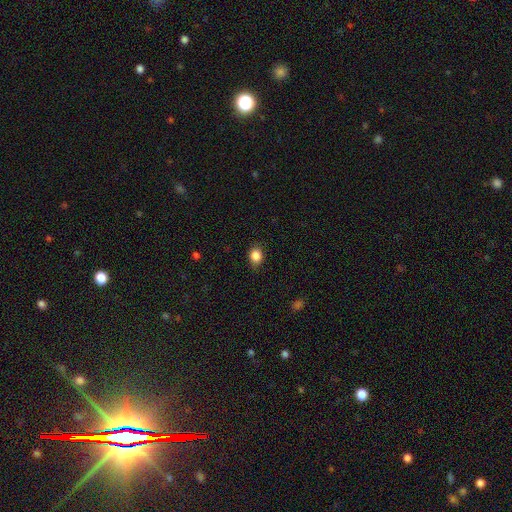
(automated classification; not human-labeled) smooth-or-featured: smooth: 86% | star or artifact: 10% | featured or disk: 4%
  how-rounded: in between: 53% | round: 46% | cigar-shaped: 1%
  merging: none: 82% | minor disturbance: 14% | major disturbance: 3% | merger: 1%